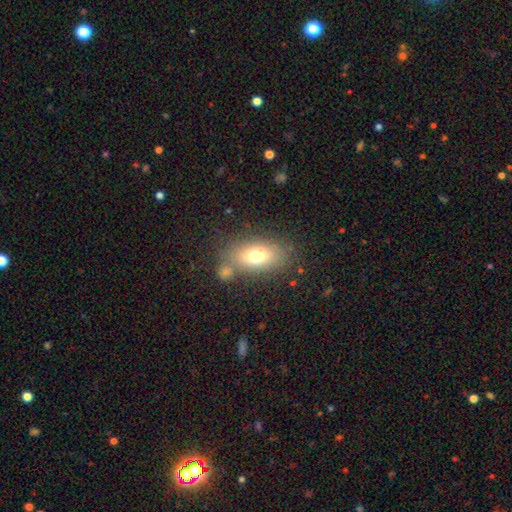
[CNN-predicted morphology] Smooth or featured? Predicted: smooth (p=0.70). How rounded? Predicted: in between (p=0.83). Merging? Predicted: none (p=0.63).